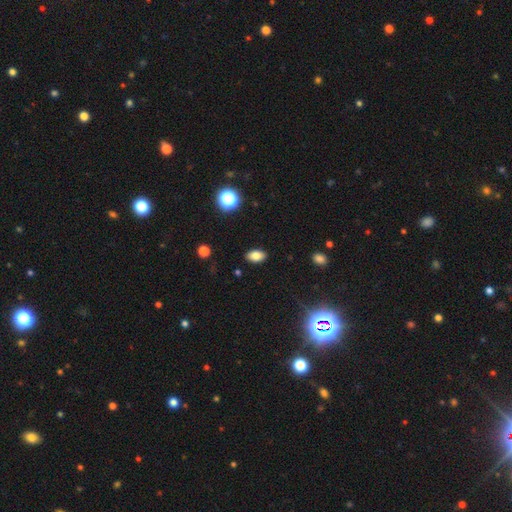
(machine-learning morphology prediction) A smooth galaxy with no disk features (81%) that is in between round and cigar-shaped (90%).

Vote fractions:
- Smooth or featured? smooth: 81% / star or artifact: 11% / featured or disk: 8%
- How rounded? in between: 90% / round: 8% / cigar-shaped: 2%
- Merging? none: 89% / minor disturbance: 8% / major disturbance: 2% / merger: 1%